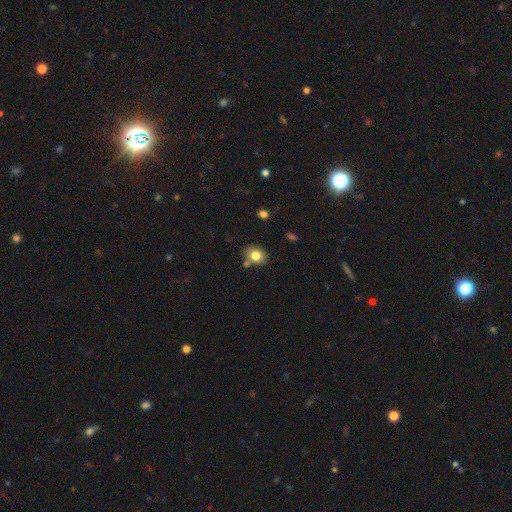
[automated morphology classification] Q: Smooth or featured?
A: smooth (80%); runner-up: featured or disk (10%)
Q: How rounded?
A: in between (56%); runner-up: round (43%)
Q: Merging?
A: none (73%); runner-up: minor disturbance (13%)